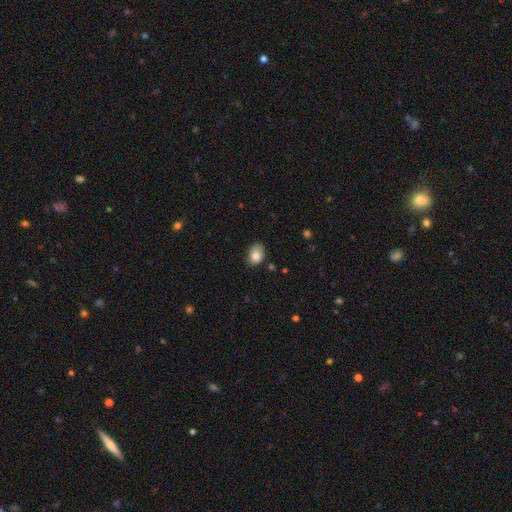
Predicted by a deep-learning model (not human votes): Smooth or featured? Predicted: smooth (p=0.84). How rounded? Predicted: in between (p=0.69). Merging? Predicted: none (p=0.62).